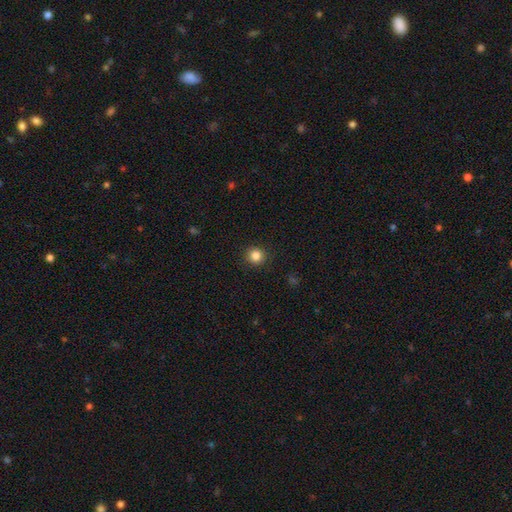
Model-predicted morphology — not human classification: Smooth or featured?
  - smooth: 84% *
  - star or artifact: 11%
  - featured or disk: 4%
How rounded?
  - round: 94% *
  - in between: 5%
  - cigar-shaped: 1%
Merging?
  - none: 92% *
  - minor disturbance: 5%
  - major disturbance: 2%
  - merger: 1%